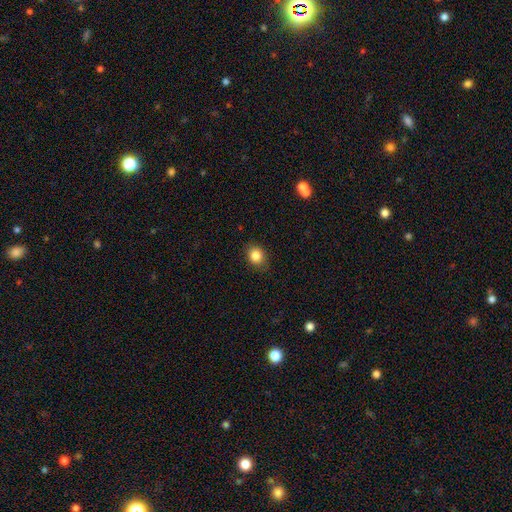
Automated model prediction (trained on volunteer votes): Smooth or featured: smooth — 84% (star or artifact — 10%)
How rounded: round — 60% (in between — 39%)
Merging: none — 85% (minor disturbance — 11%)